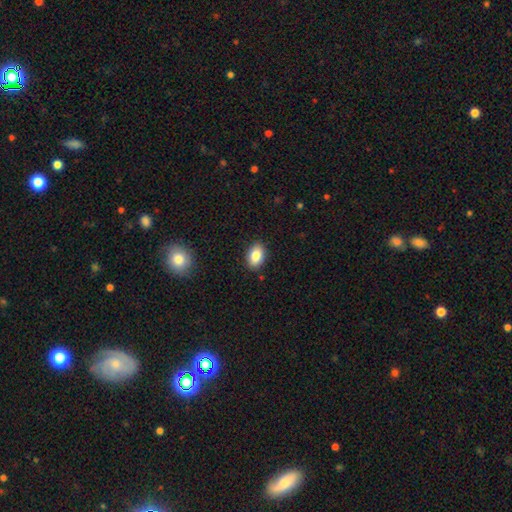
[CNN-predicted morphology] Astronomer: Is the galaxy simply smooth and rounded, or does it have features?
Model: smooth — 85%.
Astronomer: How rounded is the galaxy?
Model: in between — 85%.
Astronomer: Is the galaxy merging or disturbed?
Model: none — 88%.